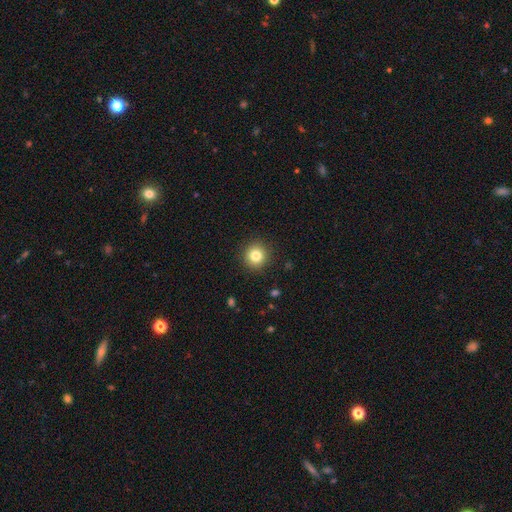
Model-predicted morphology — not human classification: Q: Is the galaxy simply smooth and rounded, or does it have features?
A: smooth — 83%.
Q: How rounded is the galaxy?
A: round — 93%.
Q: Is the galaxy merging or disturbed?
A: none — 91%.